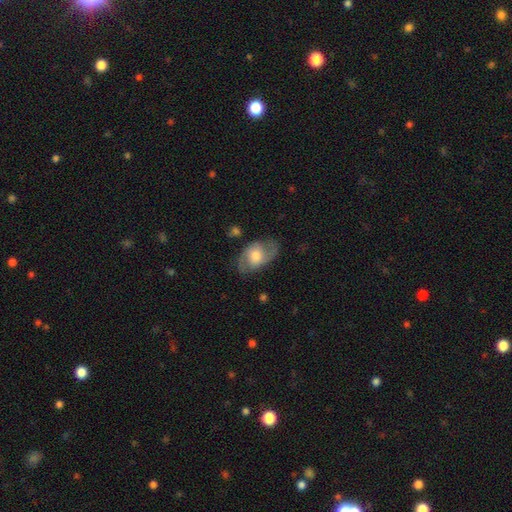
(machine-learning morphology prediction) The model was most divided on "spiral winding": medium: 50%, loose: 31%, tight: 19%. More confident: edge-on disk — no (95%); spiral arms — yes (86%); spiral arm count — 2 (86%); merging — none (73%); smooth or featured — featured or disk (66%); bulge size — moderate (61%); bar — no (57%).